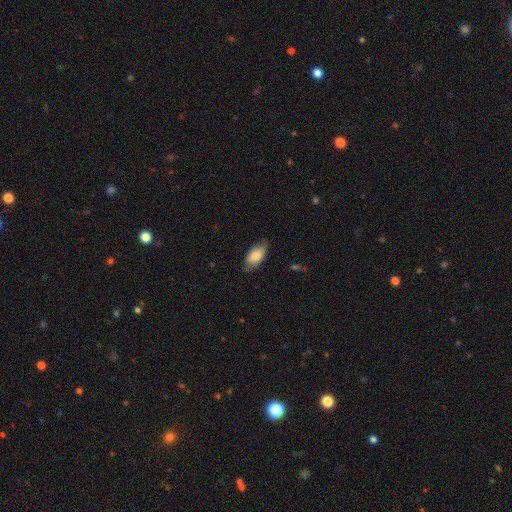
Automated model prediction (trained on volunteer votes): A smooth galaxy with no disk features (78%) that is in between round and cigar-shaped (92%).

Vote fractions:
- Smooth or featured? smooth: 78% / featured or disk: 16% / star or artifact: 6%
- How rounded? in between: 92% / cigar-shaped: 6% / round: 3%
- Merging? none: 73% / minor disturbance: 22% / major disturbance: 4% / merger: 1%